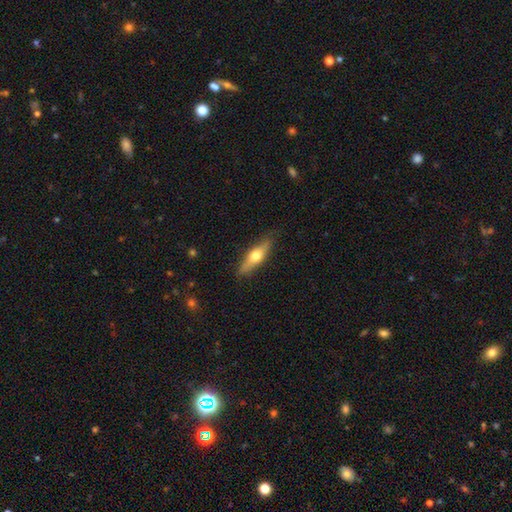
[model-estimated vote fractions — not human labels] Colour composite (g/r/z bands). It shows a smooth galaxy with no disk features (49%). Merging: none (85%).